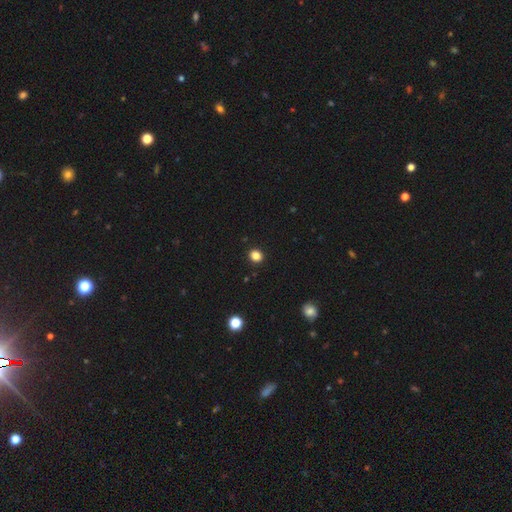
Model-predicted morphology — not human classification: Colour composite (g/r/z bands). It shows a smooth galaxy with no disk features (84%) that is round (74%). Merging: none (92%).